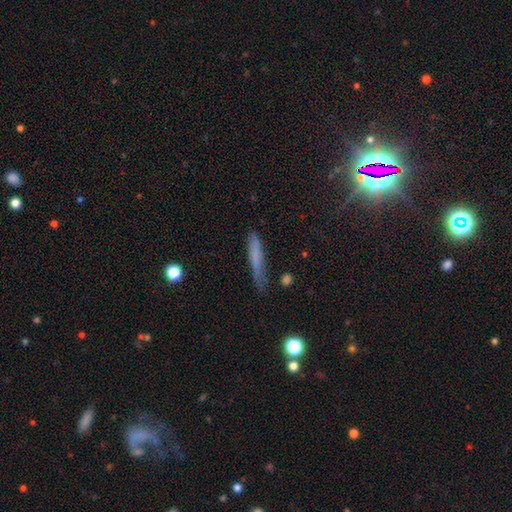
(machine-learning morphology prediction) smooth_or_featured: smooth (p=0.63) [alt: featured or disk p=0.25]
how_rounded: cigar-shaped (p=0.91) [alt: in between p=0.07]
merging: none (p=0.66) [alt: minor disturbance p=0.24]